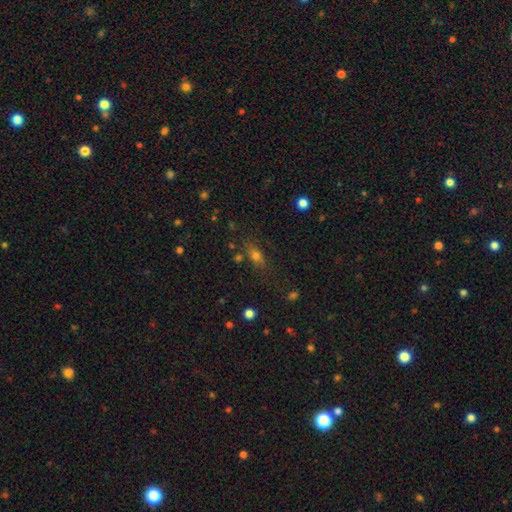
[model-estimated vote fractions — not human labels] Q: Smooth or featured?
A: smooth (69%); runner-up: featured or disk (16%)
Q: How rounded?
A: in between (69%); runner-up: cigar-shaped (16%)
Q: Merging?
A: none (72%); runner-up: minor disturbance (16%)